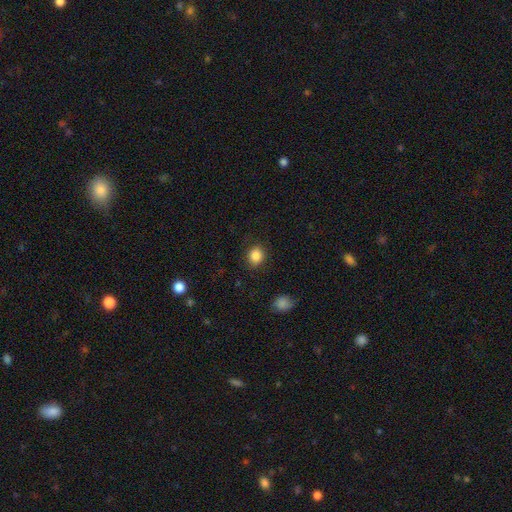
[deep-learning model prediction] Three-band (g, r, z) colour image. It shows a smooth galaxy with no disk features (86%) that is round (68%). Merging: none (87%).